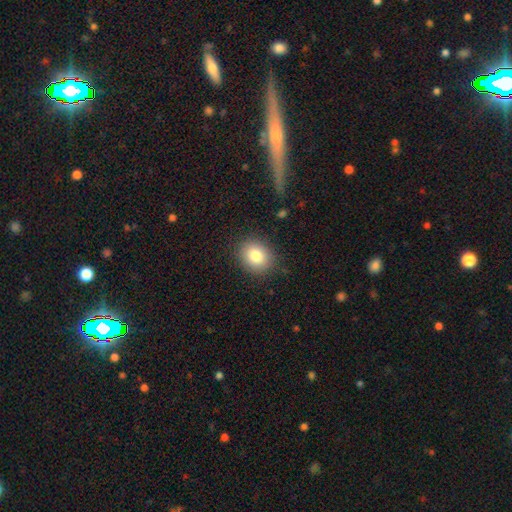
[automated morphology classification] Q: Smooth or featured?
A: smooth (82%); runner-up: star or artifact (10%)
Q: How rounded?
A: round (57%); runner-up: in between (42%)
Q: Merging?
A: none (87%); runner-up: minor disturbance (9%)